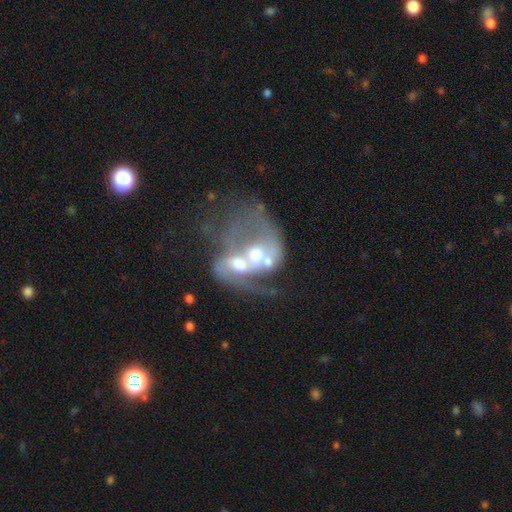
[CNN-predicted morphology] featured or disk 71%, smooth 21%, star or artifact 8%. Down the decision tree: edge-on disk — no (97%); bar — no (72%); spiral arms — yes (61%); bulge size — moderate (61%); merging — merger (76%).